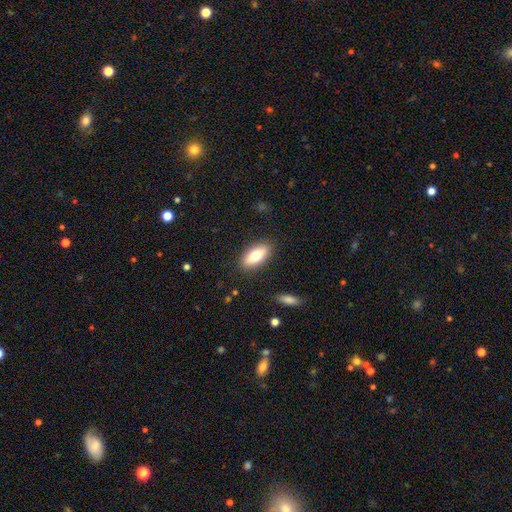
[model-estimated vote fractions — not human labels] Smooth or featured? Predicted: smooth (p=0.73). How rounded? Predicted: in between (p=0.82). Merging? Predicted: none (p=0.86).